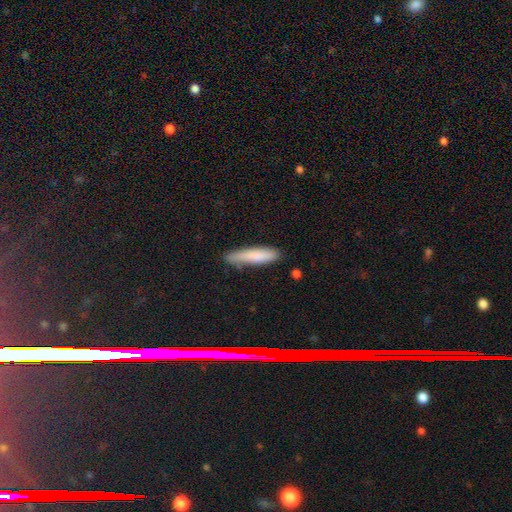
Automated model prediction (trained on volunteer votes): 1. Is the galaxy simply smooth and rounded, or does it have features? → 79% smooth, 13% featured or disk, 8% star or artifact.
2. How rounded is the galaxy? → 84% cigar-shaped, 15% in between, 1% round.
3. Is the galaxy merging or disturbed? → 72% none, 21% minor disturbance, 4% major disturbance, 3% merger.